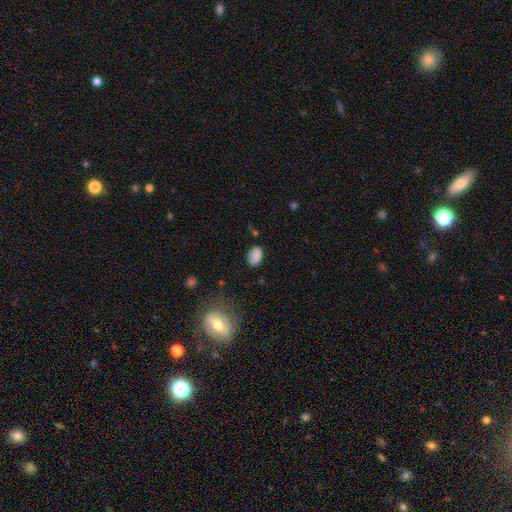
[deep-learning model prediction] Smooth or featured? Predicted: smooth (p=0.82). How rounded? Predicted: in between (p=0.87). Merging? Predicted: none (p=0.74).